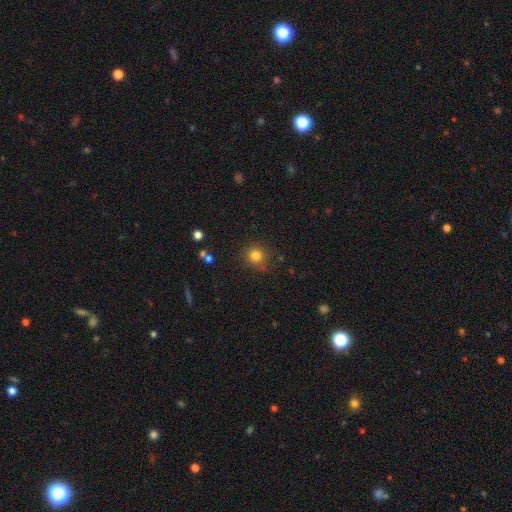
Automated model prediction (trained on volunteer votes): Q: Smooth or featured?
A: smooth (81%); runner-up: star or artifact (13%)
Q: How rounded?
A: round (92%); runner-up: in between (7%)
Q: Merging?
A: none (83%); runner-up: minor disturbance (10%)